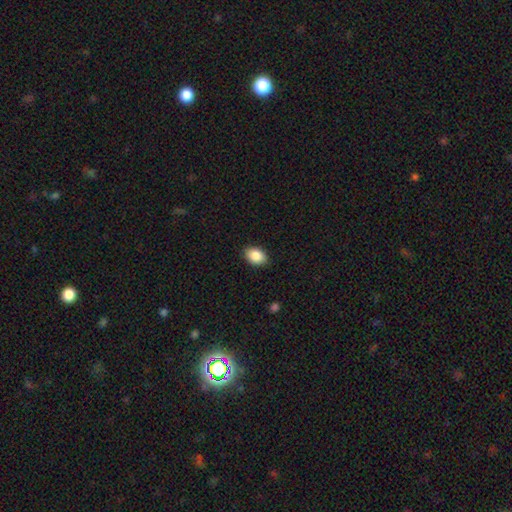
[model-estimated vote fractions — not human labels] smooth 87%, star or artifact 8%, featured or disk 5%. Down the decision tree: how rounded — in between (81%); merging — none (88%).